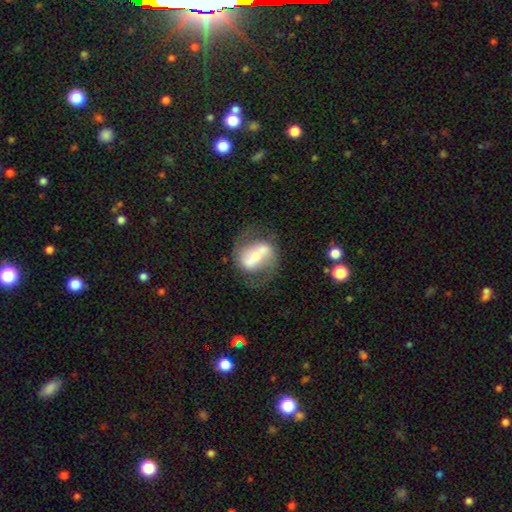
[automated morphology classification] This is likely a featured or disk galaxy (76%). It is clearly not viewed edge-on (94%). Bar: possibly strong (58%). Spiral arm pattern: clearly yes (80%). Spiral arm count: clearly 2 (85%). Spiral winding: possibly medium (45%). Central bulge: possibly moderate (47%). Merging: likely none (64%).